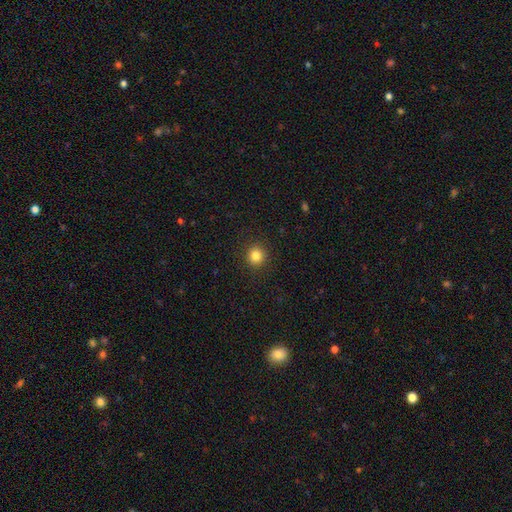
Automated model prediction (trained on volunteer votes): Smooth or featured: smooth — 83% (star or artifact — 11%)
How rounded: round — 91% (in between — 8%)
Merging: none — 91% (minor disturbance — 6%)